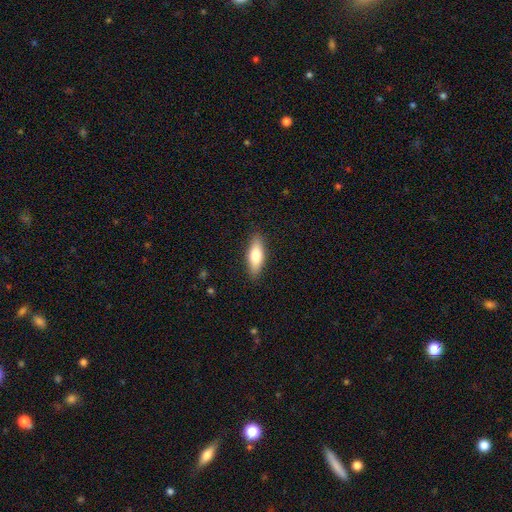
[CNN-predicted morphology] Smooth or featured: smooth — 73% (featured or disk — 21%)
How rounded: in between — 61% (cigar-shaped — 36%)
Merging: none — 88% (minor disturbance — 9%)